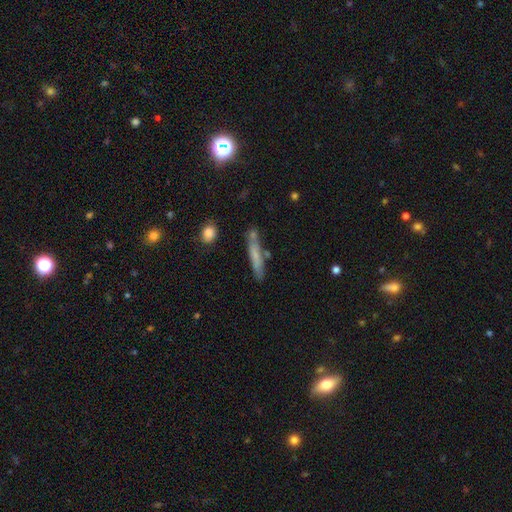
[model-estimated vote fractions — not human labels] A smooth galaxy with no disk features (63%) that is cigar-shaped (90%). Merging: none (72%).